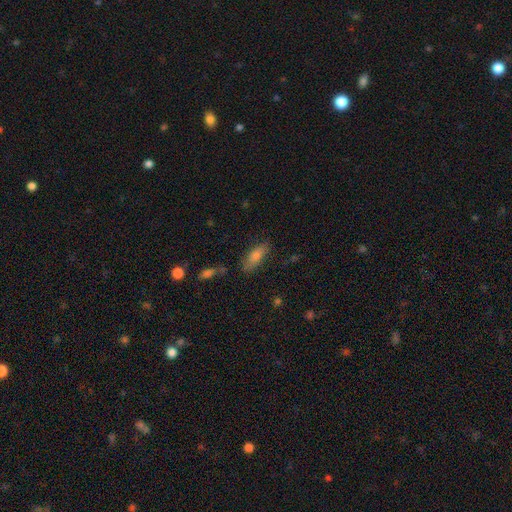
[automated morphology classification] smooth-or-featured: smooth: 71% | featured or disk: 17% | star or artifact: 11%
  how-rounded: in between: 62% | cigar-shaped: 35% | round: 3%
  merging: none: 75% | minor disturbance: 17% | major disturbance: 5% | merger: 4%